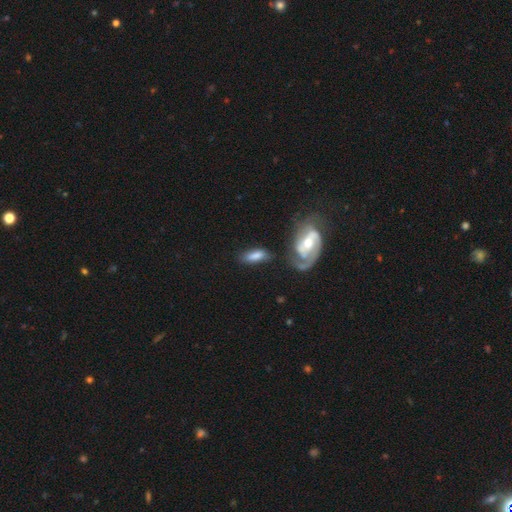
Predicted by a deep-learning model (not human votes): Smooth or featured?
  - smooth: 68% *
  - featured or disk: 25%
  - star or artifact: 7%
How rounded?
  - in between: 72% *
  - cigar-shaped: 24%
  - round: 4%
Merging?
  - none: 57% *
  - minor disturbance: 20%
  - merger: 14%
  - major disturbance: 9%